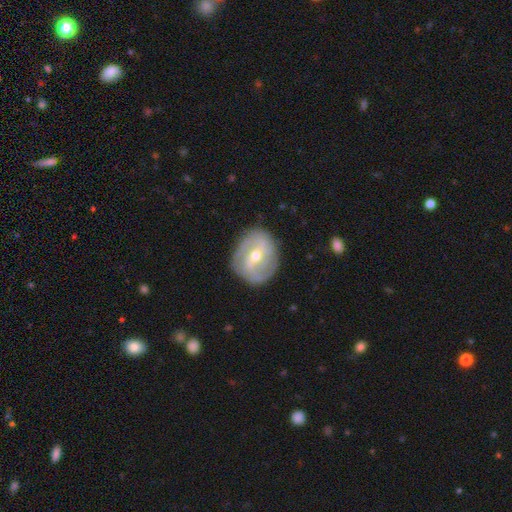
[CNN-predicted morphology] Smooth or featured? featured or disk (79%)
Edge-on disk? no (97%)
Bar? weak (47%)
Spiral arms? yes (89%)
Spiral winding? tight (40%, tied with medium)
Spiral arm count? 2 (58%)
Bulge size? moderate (59%)
Merging? none (81%)